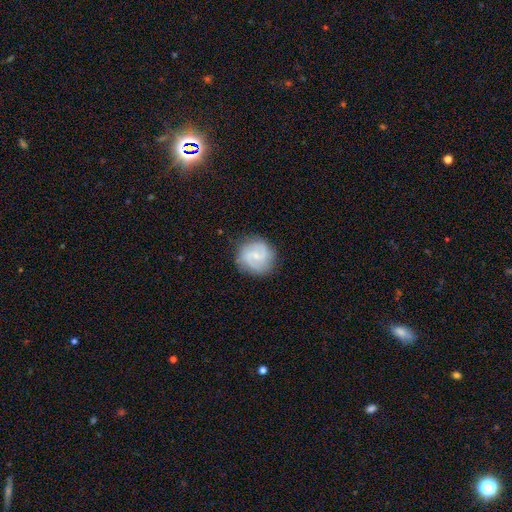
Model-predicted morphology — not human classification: This is likely a featured or disk galaxy (69%). It is clearly not viewed edge-on (98%). Bar: possibly weak (51%). Spiral arm pattern: clearly yes (93%). Spiral arm count: likely 2 (80%). Spiral winding: possibly medium (49%). Central bulge: likely small (69%). Merging: clearly none (82%).